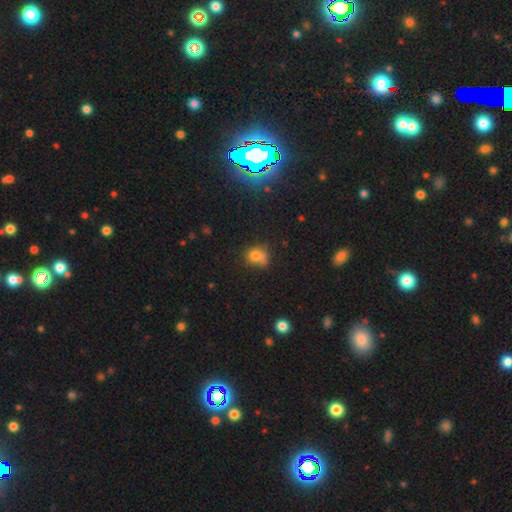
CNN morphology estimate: smooth 74%, star or artifact 14%, featured or disk 12%. Down the decision tree: how rounded — round (60%); merging — none (44%).